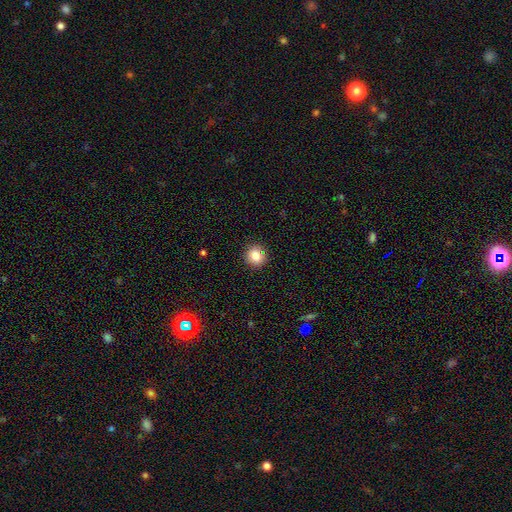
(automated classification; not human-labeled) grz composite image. It shows a smooth galaxy with no disk features (82%) that is round (88%). Merging: none (86%).